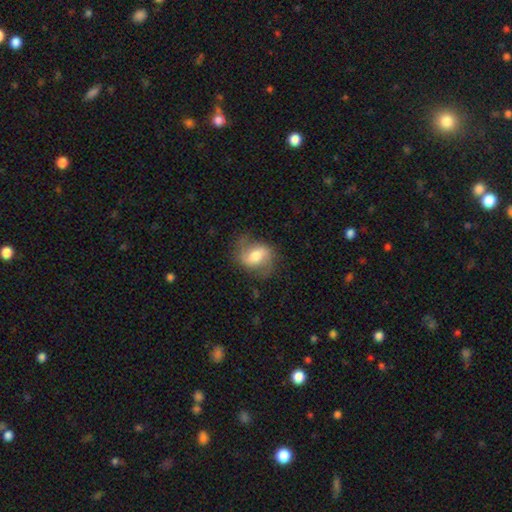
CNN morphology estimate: This appears to be a featured or disk galaxy (60%) with a weak bar (45%), spiral arms (87%) and a moderate central bulge (56%). Merging: none (65%).